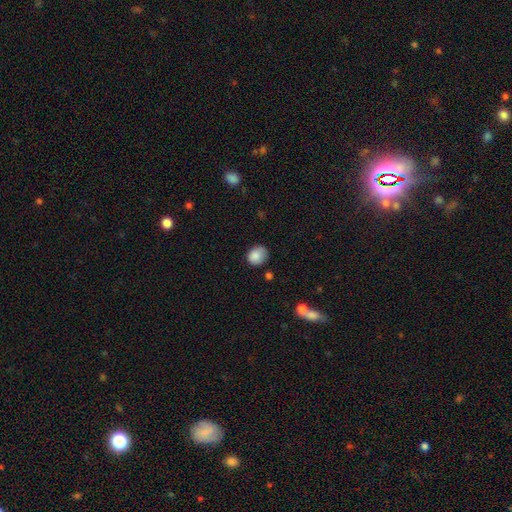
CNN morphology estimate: This appears to be a smooth galaxy with no disk features (86%) that is round (60%). Merging: none (68%).